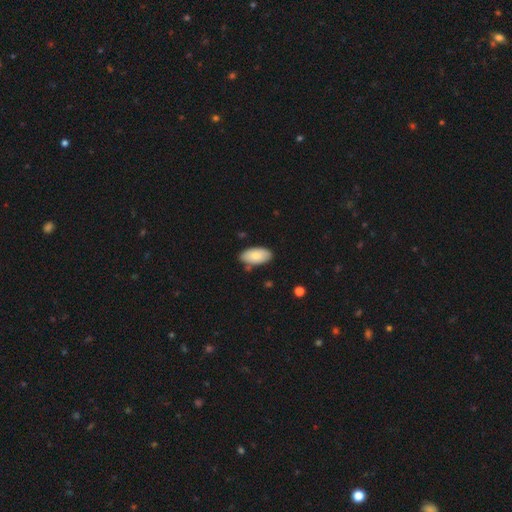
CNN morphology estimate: This appears to be a smooth galaxy with no disk features (80%) that is in between round and cigar-shaped (95%). Merging: none (81%).